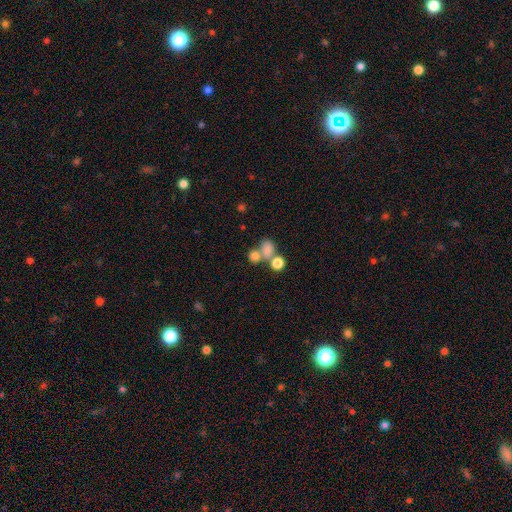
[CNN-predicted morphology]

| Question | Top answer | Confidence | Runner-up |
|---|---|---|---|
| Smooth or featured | smooth | 74% | star or artifact (14%) |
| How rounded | round | 60% | in between (38%) |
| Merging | merger | 49% | none (37%) |